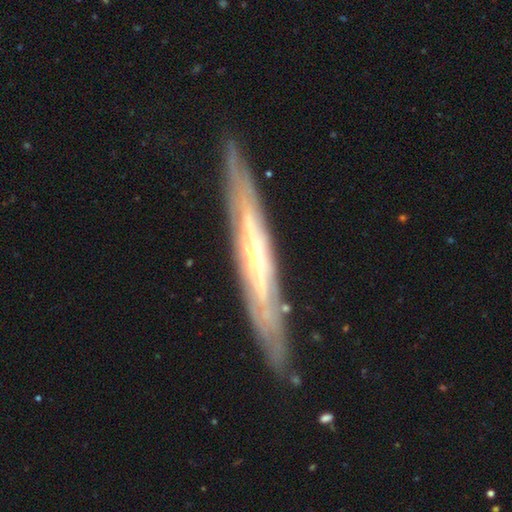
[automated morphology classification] featured or disk 81%, smooth 14%, star or artifact 6%. Down the decision tree: edge-on disk — yes (71%); edge-on bulge — rounded (61%); merging — none (85%).